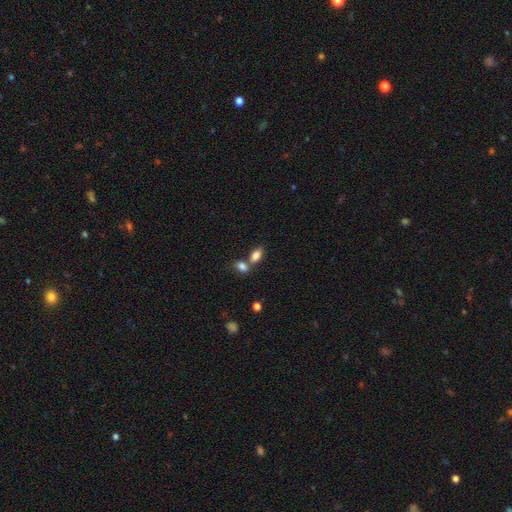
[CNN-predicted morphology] Q: Smooth or featured?
A: smooth (84%); runner-up: star or artifact (9%)
Q: How rounded?
A: in between (89%); runner-up: round (8%)
Q: Merging?
A: merger (45%); runner-up: none (41%)